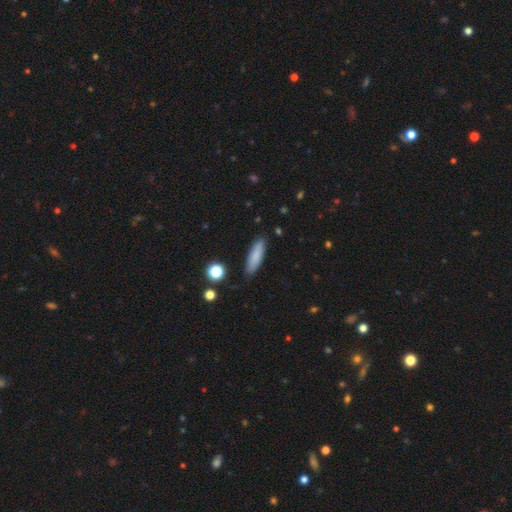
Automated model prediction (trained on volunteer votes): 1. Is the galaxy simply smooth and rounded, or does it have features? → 83% smooth, 10% featured or disk, 7% star or artifact.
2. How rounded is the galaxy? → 63% cigar-shaped, 35% in between, 2% round.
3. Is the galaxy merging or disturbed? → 87% none, 9% minor disturbance, 2% major disturbance, 2% merger.